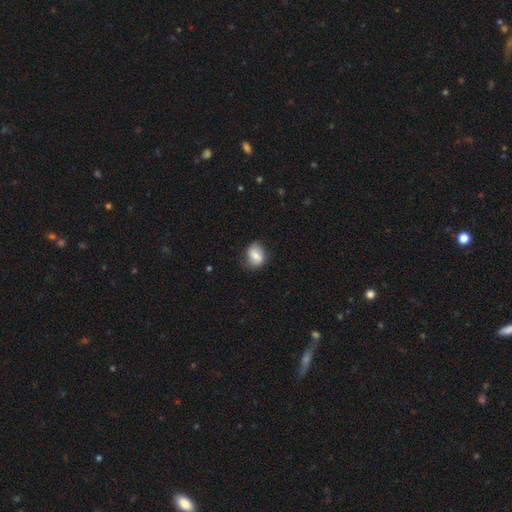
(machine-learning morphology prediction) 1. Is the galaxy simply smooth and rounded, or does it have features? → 70% smooth, 22% featured or disk, 8% star or artifact.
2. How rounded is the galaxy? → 59% in between, 40% round, 1% cigar-shaped.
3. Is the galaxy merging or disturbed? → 63% none, 28% minor disturbance, 7% major disturbance, 2% merger.